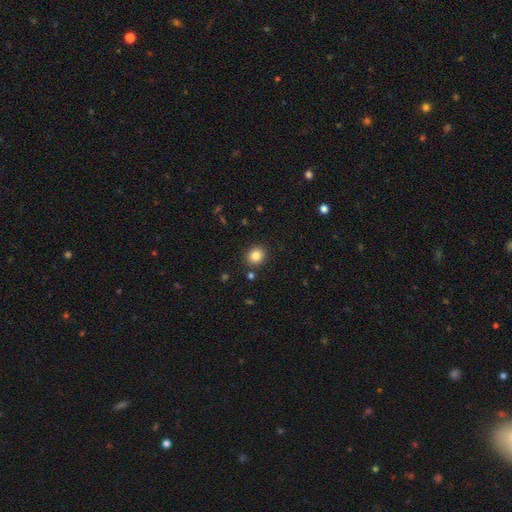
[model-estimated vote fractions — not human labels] Smooth or featured? Predicted: smooth (p=0.84). How rounded? Predicted: round (p=0.80). Merging? Predicted: none (p=0.89).